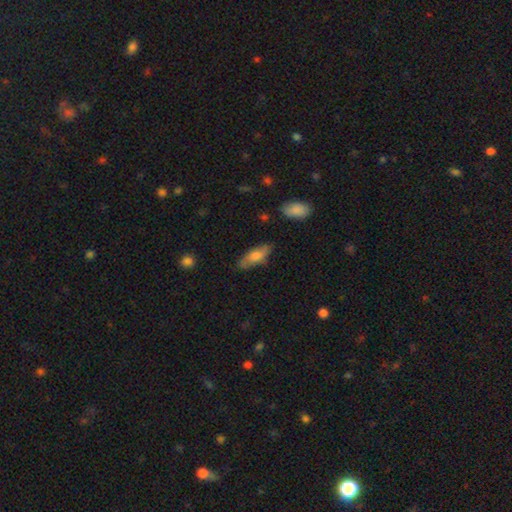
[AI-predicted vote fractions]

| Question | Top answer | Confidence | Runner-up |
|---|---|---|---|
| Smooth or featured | smooth | 68% | featured or disk (26%) |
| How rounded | in between | 63% | cigar-shaped (34%) |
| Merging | none | 78% | minor disturbance (17%) |